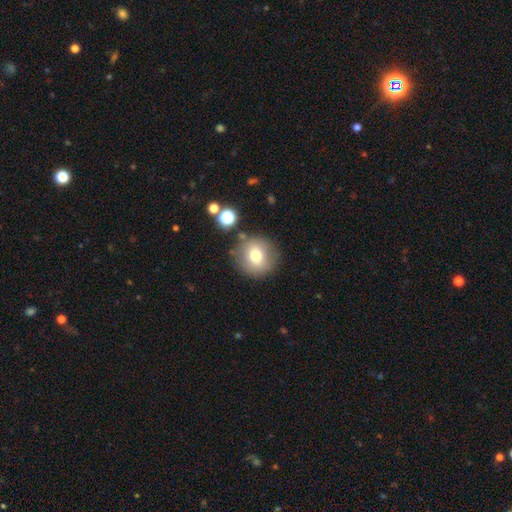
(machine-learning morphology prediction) Smooth or featured? smooth (73%)
How rounded? round (92%)
Merging? none (83%)